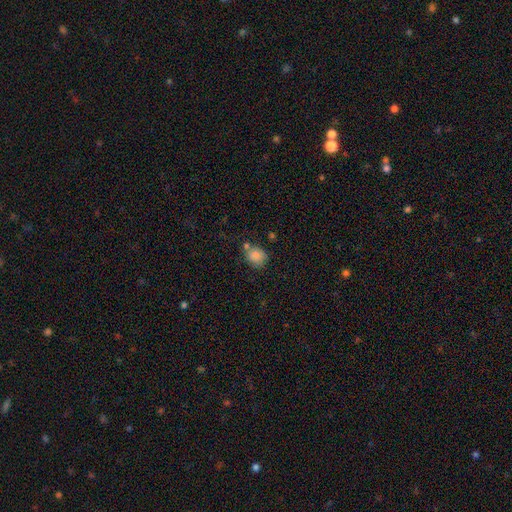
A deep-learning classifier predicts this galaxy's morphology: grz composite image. It shows a smooth galaxy with no disk features (84%) that is round (67%). Merging: none (57%).